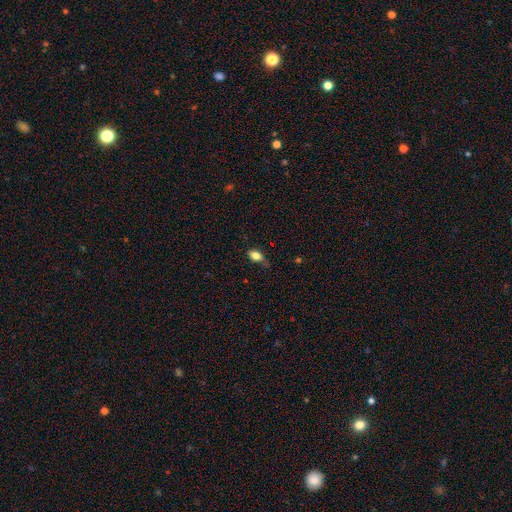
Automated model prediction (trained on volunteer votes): Q: Smooth or featured?
A: smooth (78%); runner-up: featured or disk (12%)
Q: How rounded?
A: in between (84%); runner-up: round (9%)
Q: Merging?
A: none (65%); runner-up: minor disturbance (27%)